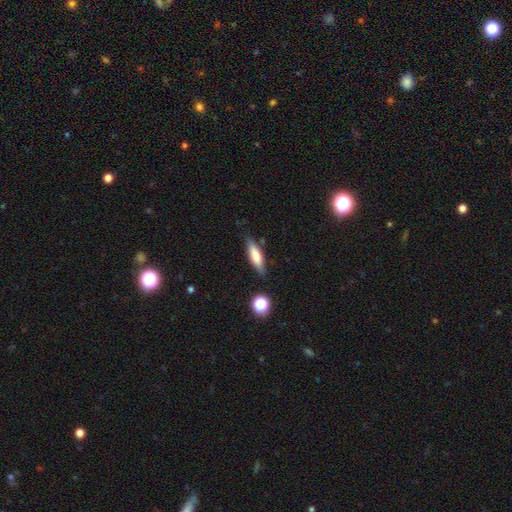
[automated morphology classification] Smooth or featured? smooth (74%)
How rounded? cigar-shaped (60%)
Merging? none (81%)